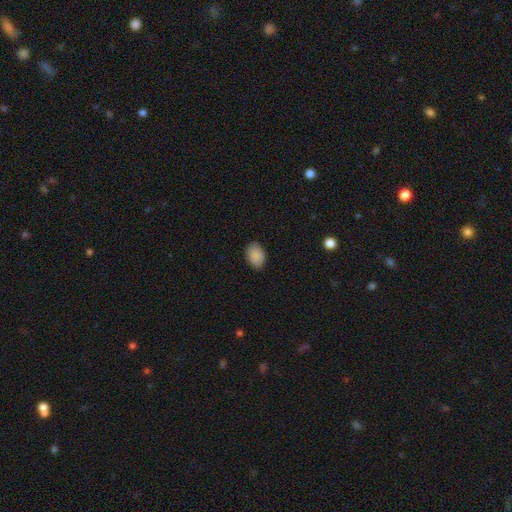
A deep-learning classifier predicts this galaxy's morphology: Smooth or featured? Predicted: smooth (p=0.89). How rounded? Predicted: in between (p=0.83). Merging? Predicted: none (p=0.84).